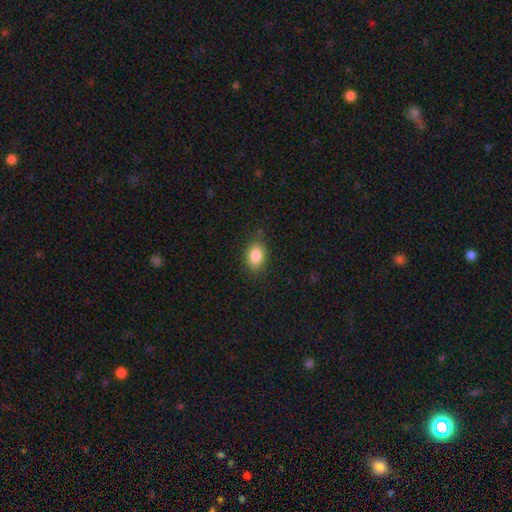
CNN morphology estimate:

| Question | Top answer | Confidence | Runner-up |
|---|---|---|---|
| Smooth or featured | smooth | 86% | star or artifact (8%) |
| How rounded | in between | 84% | round (14%) |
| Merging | none | 80% | minor disturbance (15%) |